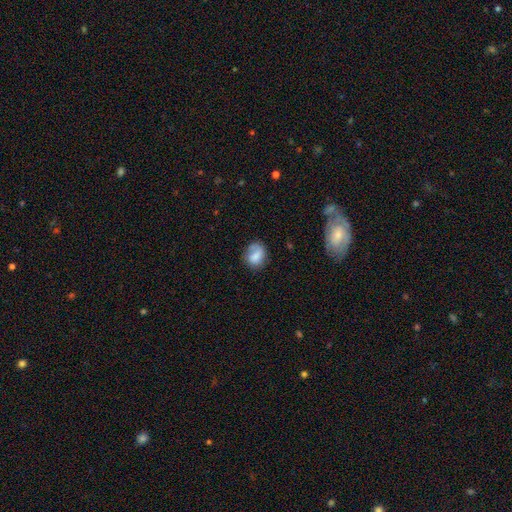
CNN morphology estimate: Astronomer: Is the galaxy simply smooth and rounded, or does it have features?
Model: smooth — 75%.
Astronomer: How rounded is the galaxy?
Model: in between — 53% (runner-up: round, 46%).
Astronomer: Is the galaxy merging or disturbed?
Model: none — 60%.